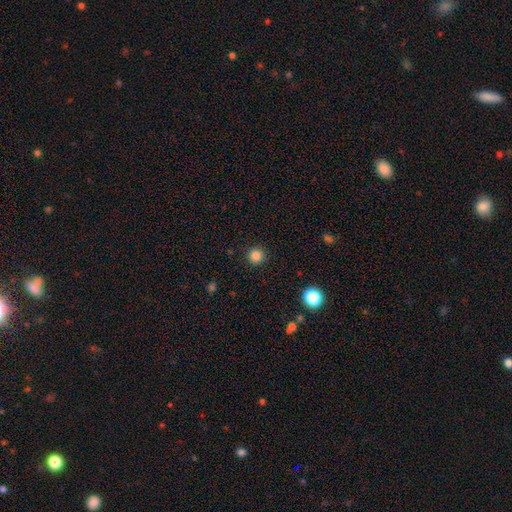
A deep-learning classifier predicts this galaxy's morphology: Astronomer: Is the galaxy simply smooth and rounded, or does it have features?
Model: smooth — 85%.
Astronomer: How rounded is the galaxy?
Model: round — 95%.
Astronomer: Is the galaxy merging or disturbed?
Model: none — 91%.